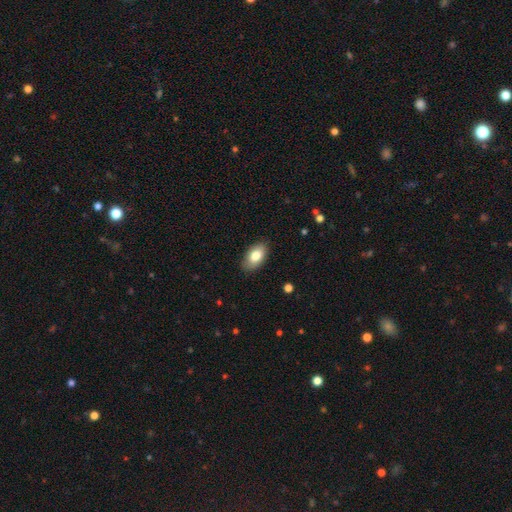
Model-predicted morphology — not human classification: Smooth or featured?
  - smooth: 79% *
  - featured or disk: 14%
  - star or artifact: 7%
How rounded?
  - in between: 94% *
  - round: 5%
  - cigar-shaped: 2%
Merging?
  - none: 87% *
  - minor disturbance: 10%
  - major disturbance: 2%
  - merger: 1%